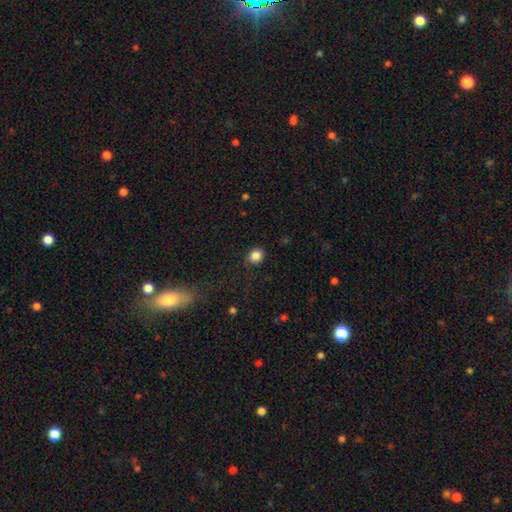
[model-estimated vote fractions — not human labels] Smooth or featured?
  - smooth: 86% *
  - star or artifact: 10%
  - featured or disk: 4%
How rounded?
  - round: 78% *
  - in between: 21%
  - cigar-shaped: 1%
Merging?
  - none: 81% *
  - minor disturbance: 13%
  - major disturbance: 4%
  - merger: 1%